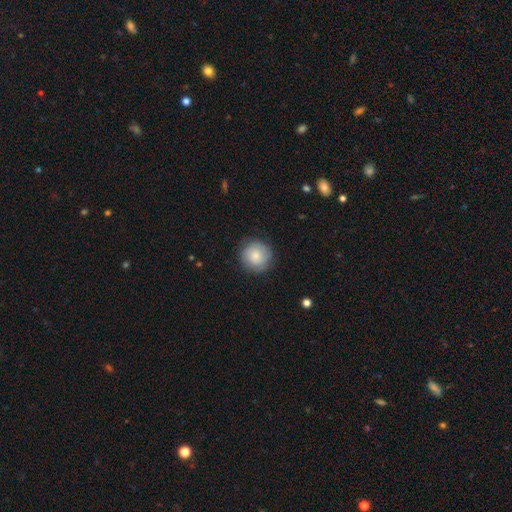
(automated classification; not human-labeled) smooth 76%, featured or disk 18%, star or artifact 7%. Down the decision tree: how rounded — round (94%); merging — none (84%).